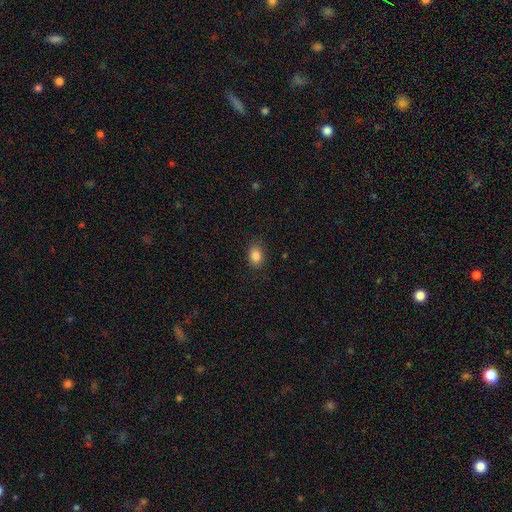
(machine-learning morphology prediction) smooth_or_featured: smooth (p=0.86) [alt: star or artifact p=0.10]
how_rounded: in between (p=0.69) [alt: round p=0.30]
merging: none (p=0.84) [alt: minor disturbance p=0.12]